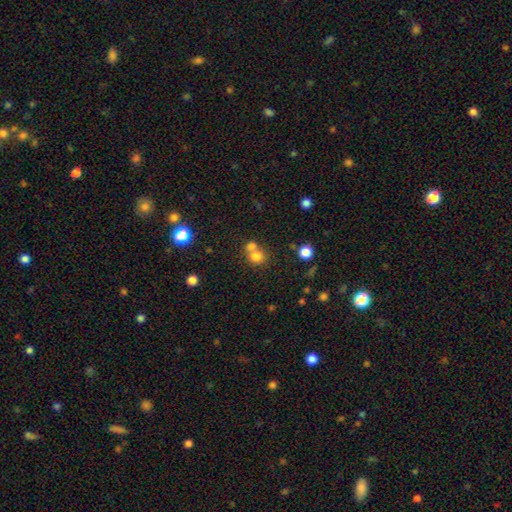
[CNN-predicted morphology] Smooth or featured? smooth (76%)
How rounded? round (81%)
Merging? merger (48%)